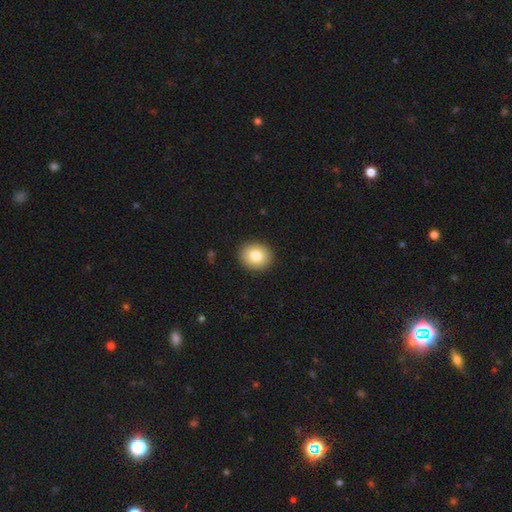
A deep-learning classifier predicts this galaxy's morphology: A smooth galaxy with no disk features (81%) that is round (76%). Merging: none (91%).